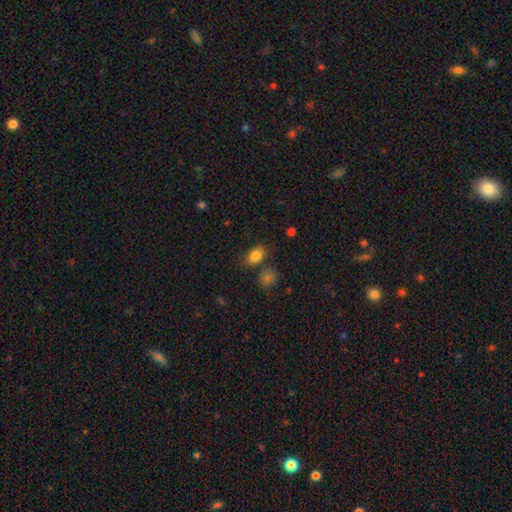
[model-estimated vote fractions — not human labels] The model was most divided on "merging": none: 70%, minor disturbance: 14%, merger: 12%, major disturbance: 4%. More confident: smooth or featured — smooth (83%); how rounded — in between (80%).